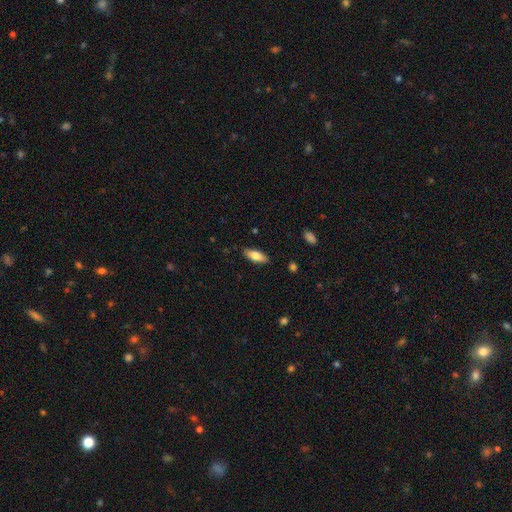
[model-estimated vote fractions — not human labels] Morphology: type=smooth (77%); roundness=in between (73%); merging=none (85%).